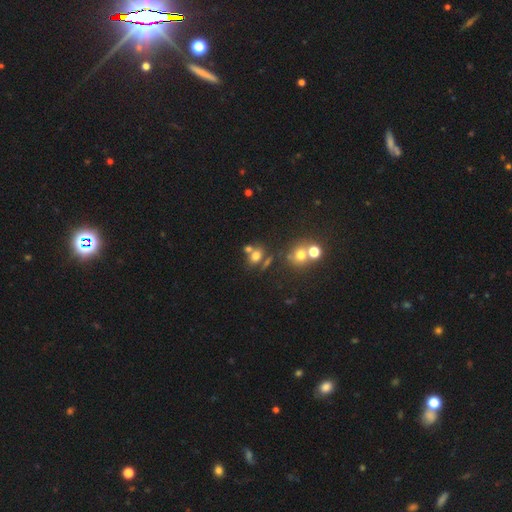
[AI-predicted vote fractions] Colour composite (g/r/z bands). It shows a smooth galaxy with no disk features (66%) that is in between round and cigar-shaped (60%). Merging: none (50%).